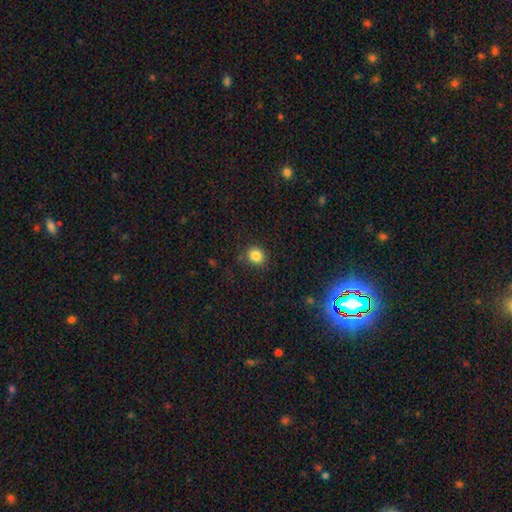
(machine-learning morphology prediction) This appears to be a smooth galaxy with no disk features (85%) that is round (71%). Merging: none (84%).